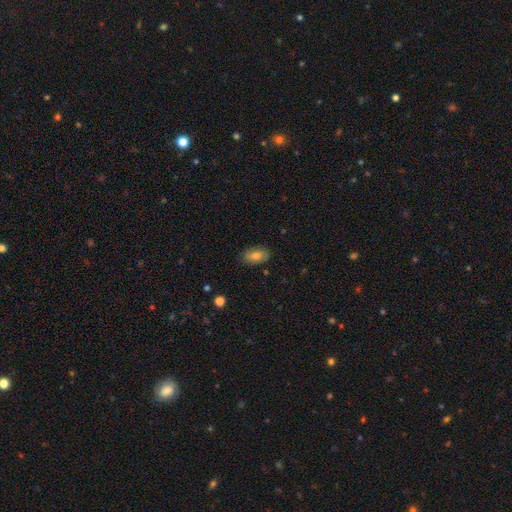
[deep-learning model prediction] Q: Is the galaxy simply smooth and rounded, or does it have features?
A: smooth — 73%.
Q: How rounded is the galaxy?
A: in between — 91%.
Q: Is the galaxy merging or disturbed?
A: none — 81%.